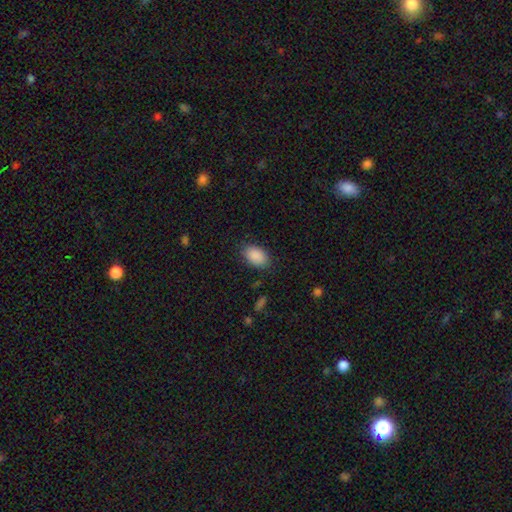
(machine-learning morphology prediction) Smooth or featured? Predicted: smooth (p=0.90). How rounded? Predicted: in between (p=0.90). Merging? Predicted: none (p=0.84).